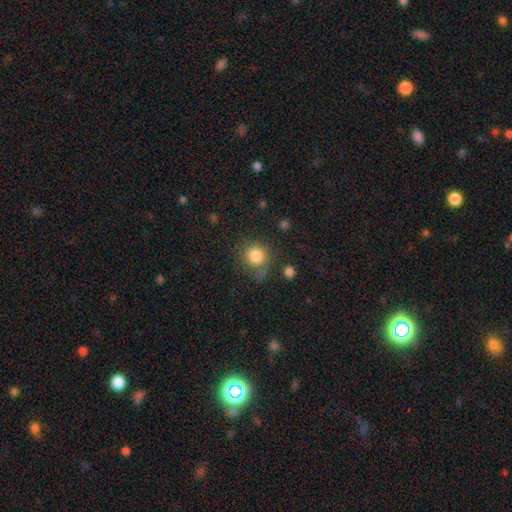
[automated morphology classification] Smooth or featured? smooth (80%)
How rounded? round (89%)
Merging? none (60%)